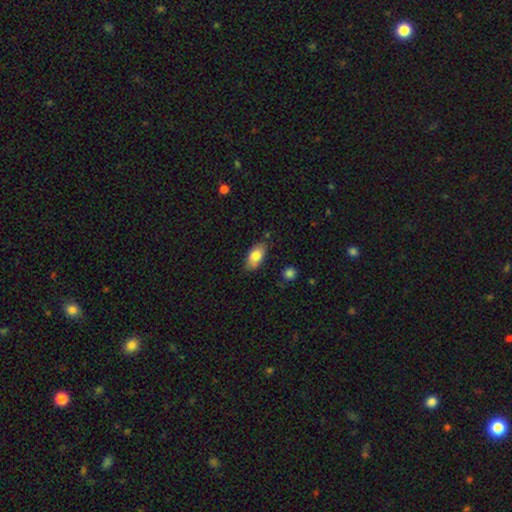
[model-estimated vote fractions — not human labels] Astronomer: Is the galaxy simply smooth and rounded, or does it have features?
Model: smooth — 79%.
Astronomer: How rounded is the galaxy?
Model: in between — 90%.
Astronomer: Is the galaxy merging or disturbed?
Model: none — 77%.